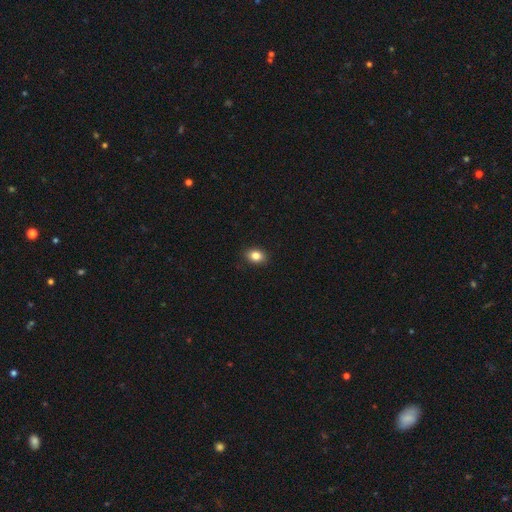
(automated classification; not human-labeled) This appears to be a smooth galaxy with no disk features (84%) that is in between round and cigar-shaped (69%). Merging: none (89%).